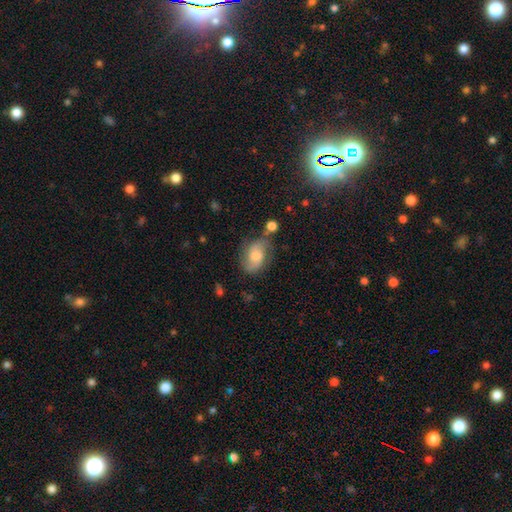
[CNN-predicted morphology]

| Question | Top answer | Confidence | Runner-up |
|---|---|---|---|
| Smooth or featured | featured or disk | 46% | tied: smooth (46%) |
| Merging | none | 59% | minor disturbance (25%) |